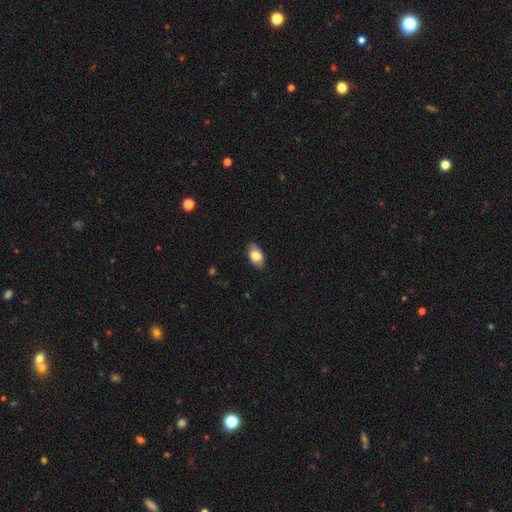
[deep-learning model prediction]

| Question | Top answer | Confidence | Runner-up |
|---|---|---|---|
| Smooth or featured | smooth | 79% | featured or disk (14%) |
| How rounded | in between | 92% | round (5%) |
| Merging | none | 84% | minor disturbance (13%) |